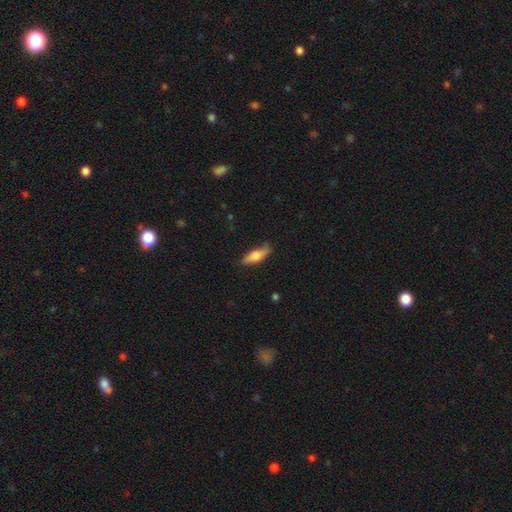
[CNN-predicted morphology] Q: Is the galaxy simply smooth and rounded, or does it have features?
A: smooth — 62%.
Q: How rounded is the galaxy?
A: in between — 50%.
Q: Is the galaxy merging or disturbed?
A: none — 76%.